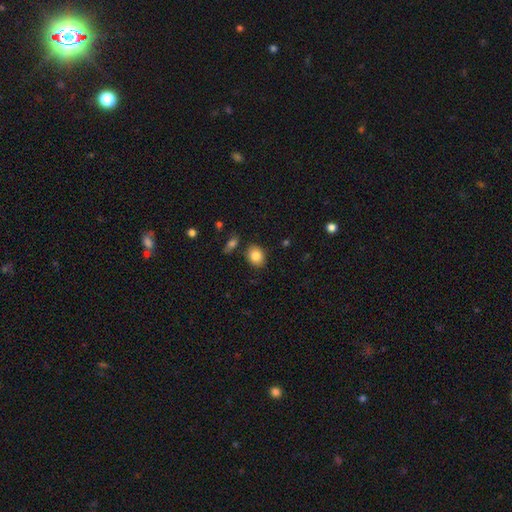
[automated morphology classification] Smooth or featured?
  - smooth: 84% *
  - star or artifact: 8%
  - featured or disk: 8%
How rounded?
  - in between: 59% *
  - round: 40%
  - cigar-shaped: 1%
Merging?
  - none: 84% *
  - minor disturbance: 10%
  - merger: 4%
  - major disturbance: 2%